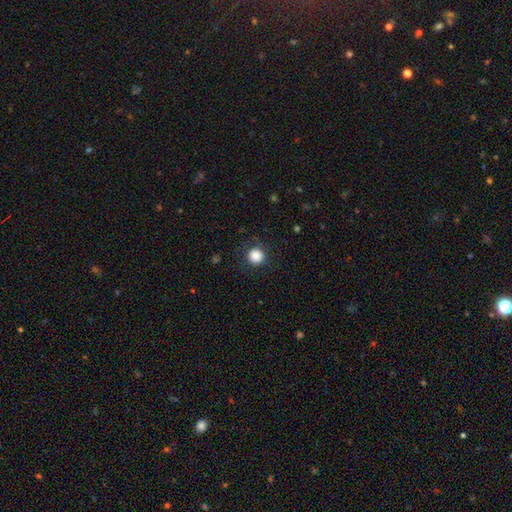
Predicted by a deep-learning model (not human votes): smooth_or_featured: smooth (p=0.86) [alt: star or artifact p=0.10]
how_rounded: round (p=0.93) [alt: in between p=0.06]
merging: none (p=0.86) [alt: minor disturbance p=0.09]